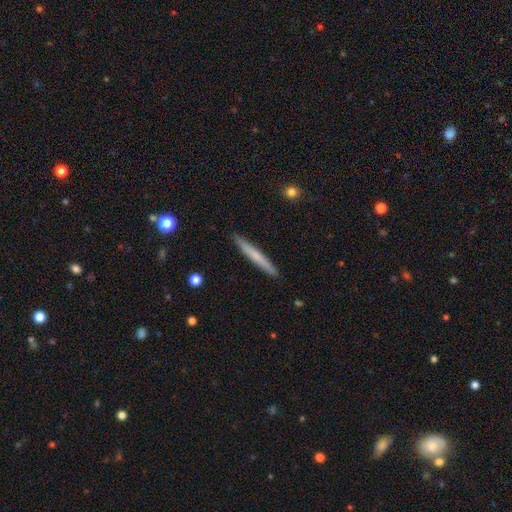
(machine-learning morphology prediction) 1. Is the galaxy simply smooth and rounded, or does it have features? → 62% smooth, 32% featured or disk, 6% star or artifact.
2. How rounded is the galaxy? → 96% cigar-shaped, 2% in between, 1% round.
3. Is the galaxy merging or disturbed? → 91% none, 7% minor disturbance, 1% major disturbance, 1% merger.